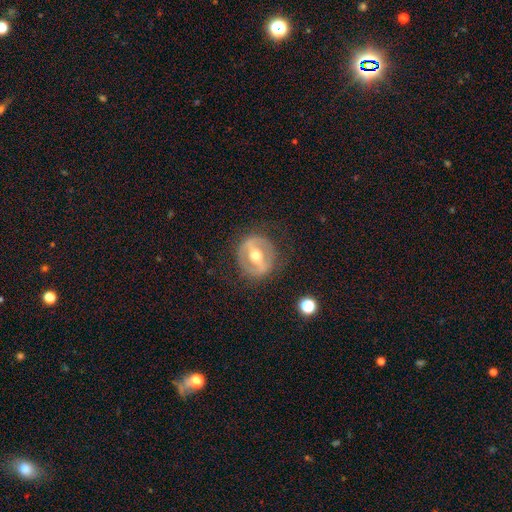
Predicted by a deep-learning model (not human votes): Q: Smooth or featured?
A: featured or disk (75%); runner-up: smooth (19%)
Q: Edge-on disk?
A: no (91%); runner-up: yes (9%)
Q: Bar?
A: strong (67%); runner-up: weak (22%)
Q: Spiral arms?
A: no (66%); runner-up: yes (34%)
Q: Bulge size?
A: moderate (74%); runner-up: small (20%)
Q: Merging?
A: none (80%); runner-up: minor disturbance (12%)